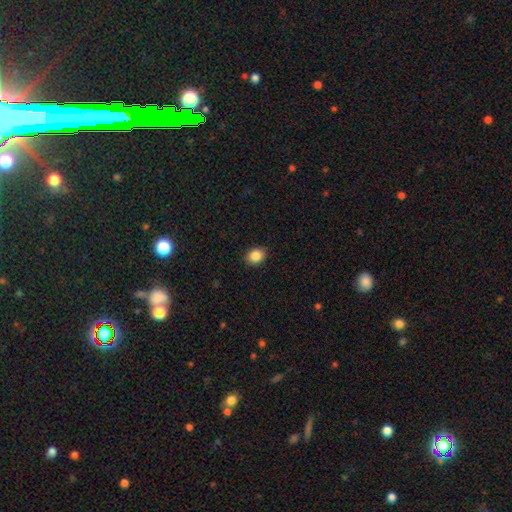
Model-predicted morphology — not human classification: Overall: smooth (86%). How rounded: in between (51%; round 48%). Merging: none (89%).